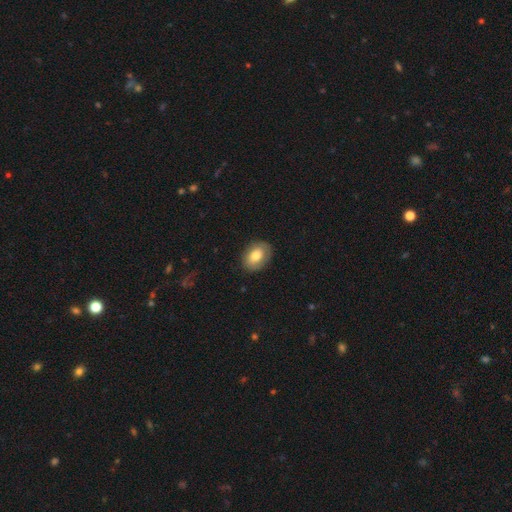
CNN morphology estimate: smooth 76%, featured or disk 17%, star or artifact 7%. Down the decision tree: how rounded — in between (76%); merging — none (83%).